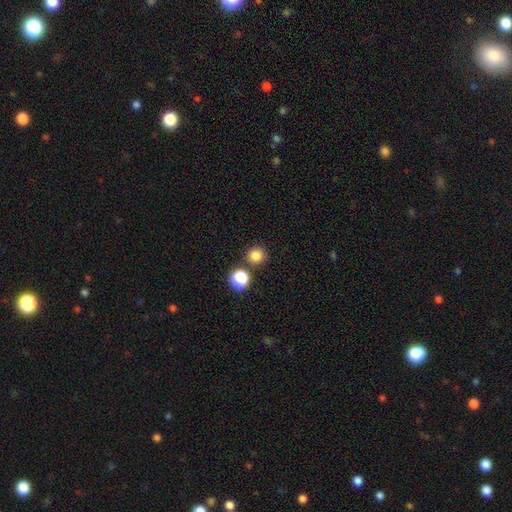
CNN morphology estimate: Smooth or featured: smooth — 80% (star or artifact — 15%)
How rounded: round — 94% (in between — 6%)
Merging: none — 84% (merger — 8%)